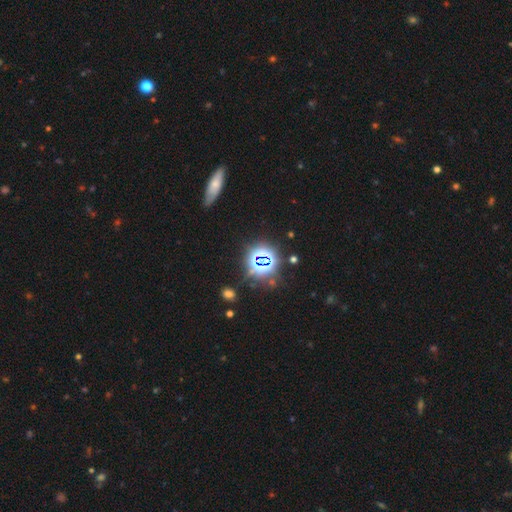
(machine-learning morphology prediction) Smooth or featured?
  - star or artifact: 77% *
  - smooth: 15%
  - featured or disk: 8%